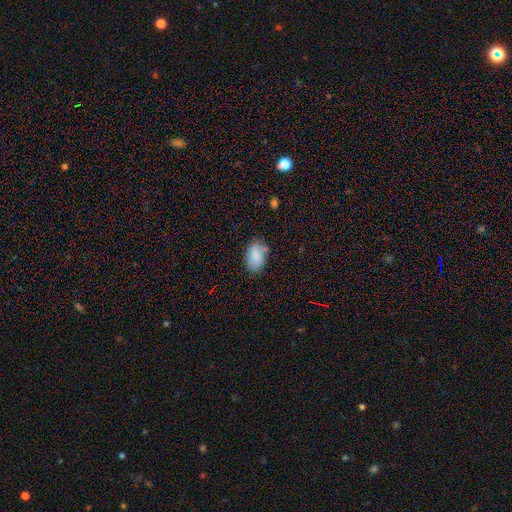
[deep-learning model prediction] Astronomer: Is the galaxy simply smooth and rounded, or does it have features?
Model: smooth — 84%.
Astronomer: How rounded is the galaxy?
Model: in between — 90%.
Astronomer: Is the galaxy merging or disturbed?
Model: none — 69%.